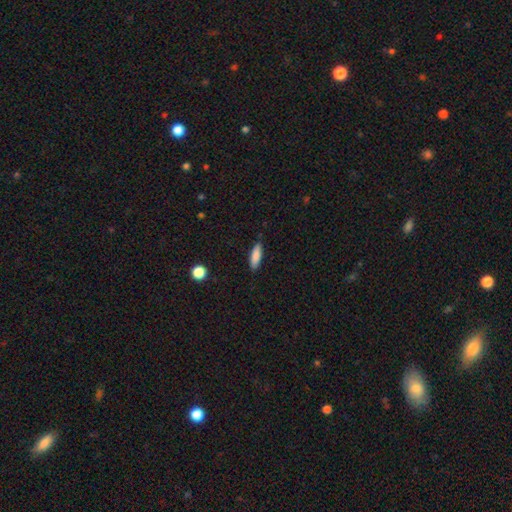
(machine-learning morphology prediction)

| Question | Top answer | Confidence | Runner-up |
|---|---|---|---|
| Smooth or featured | smooth | 85% | featured or disk (8%) |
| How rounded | cigar-shaped | 50% | in between (48%) |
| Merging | none | 85% | minor disturbance (11%) |